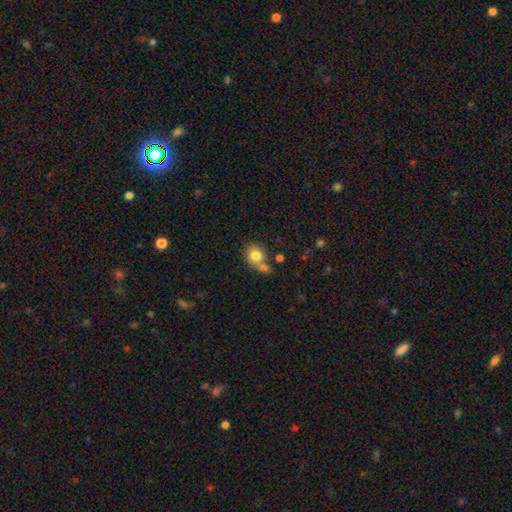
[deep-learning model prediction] The model was most divided on "merging": none: 47%, merger: 32%, minor disturbance: 15%, major disturbance: 5%. More confident: smooth or featured — smooth (80%); how rounded — round (64%).